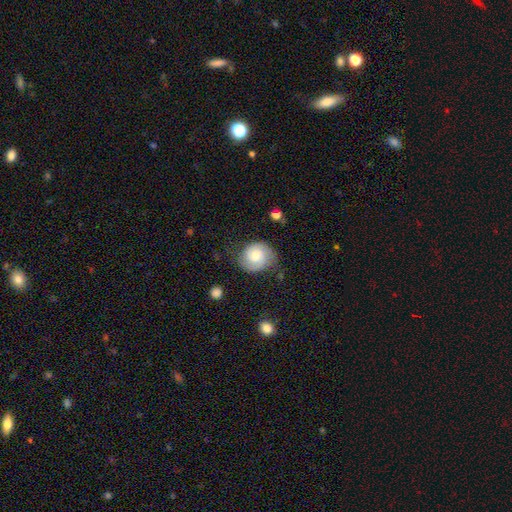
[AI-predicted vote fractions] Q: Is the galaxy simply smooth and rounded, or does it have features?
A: featured or disk — 51%.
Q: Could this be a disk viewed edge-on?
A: no — 97%.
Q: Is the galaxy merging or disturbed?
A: none — 66%.